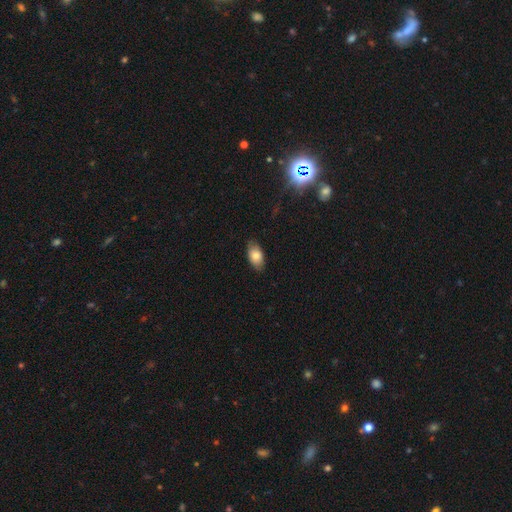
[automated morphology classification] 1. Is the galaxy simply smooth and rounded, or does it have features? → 79% smooth, 13% featured or disk, 8% star or artifact.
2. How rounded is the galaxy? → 92% in between, 6% round, 2% cigar-shaped.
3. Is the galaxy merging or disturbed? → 83% none, 13% minor disturbance, 2% major disturbance, 1% merger.